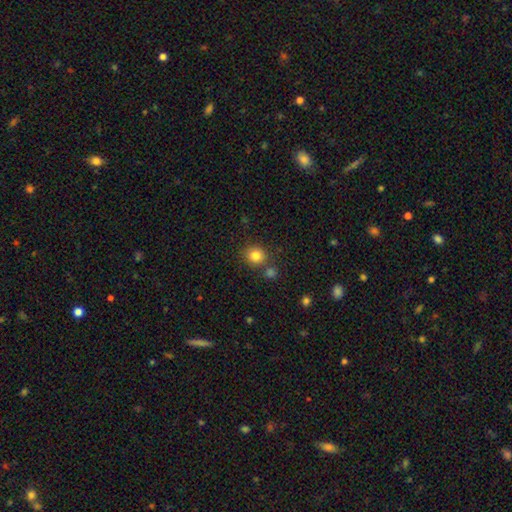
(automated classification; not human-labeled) Smooth or featured: smooth — 82% (star or artifact — 12%)
How rounded: round — 85% (in between — 14%)
Merging: none — 77% (merger — 11%)